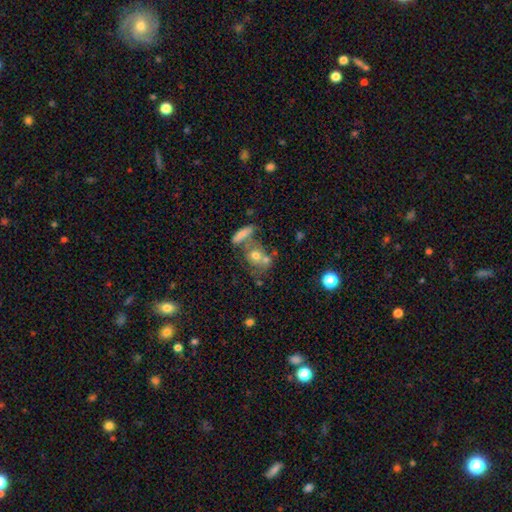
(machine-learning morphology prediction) smooth 61%, featured or disk 27%, star or artifact 12%. Down the decision tree: how rounded — round (50%); merging — merger (44%).